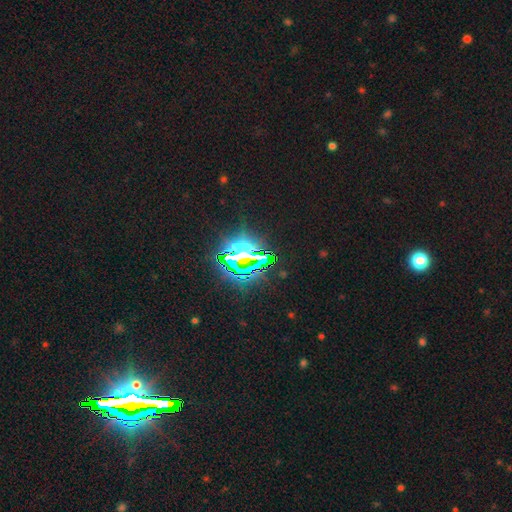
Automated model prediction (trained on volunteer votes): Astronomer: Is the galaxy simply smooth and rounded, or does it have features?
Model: star or artifact — 77%.